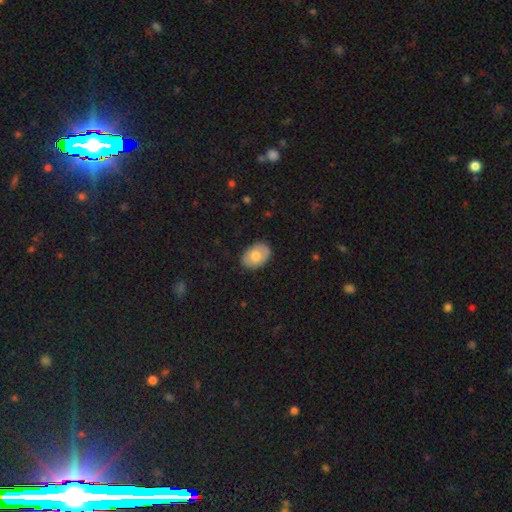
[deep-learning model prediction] Smooth or featured? Predicted: smooth (p=0.73). How rounded? Predicted: in between (p=0.84). Merging? Predicted: none (p=0.82).